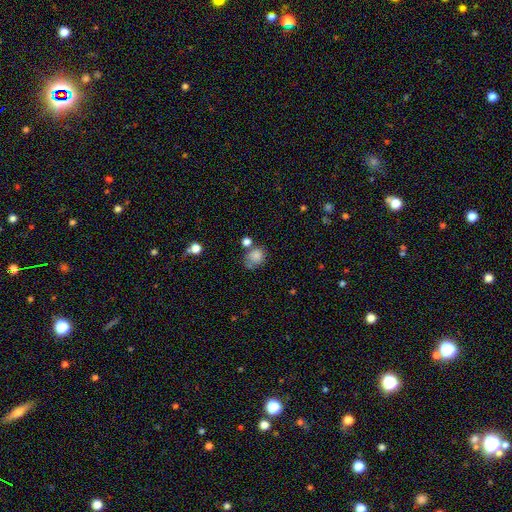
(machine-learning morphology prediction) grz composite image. It shows a smooth galaxy with no disk features (82%) that is round (65%). Merging: none (52%).